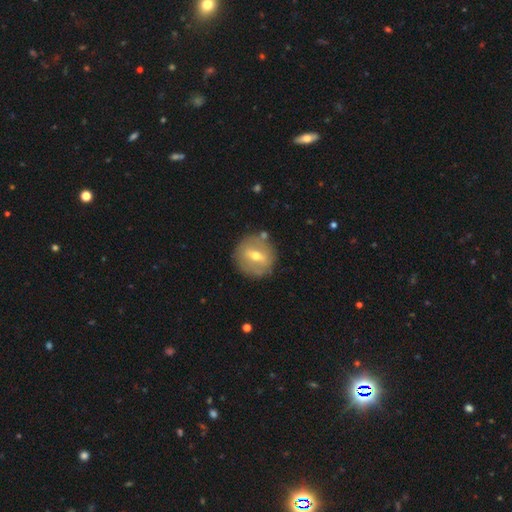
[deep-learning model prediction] This appears to be a featured or disk galaxy (51%). Merging: none (82%).